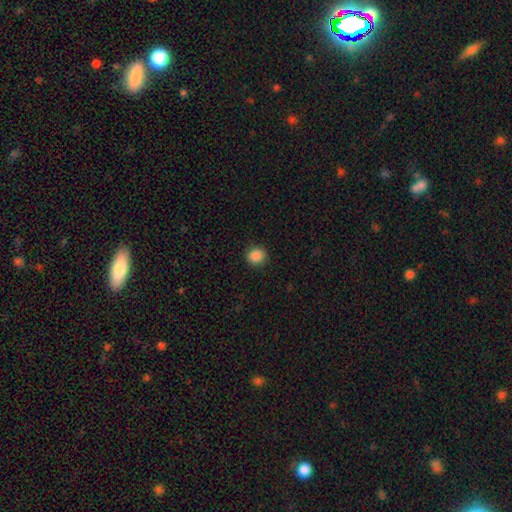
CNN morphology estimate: A smooth galaxy with no disk features (87%) that is round (88%). Merging: none (91%).